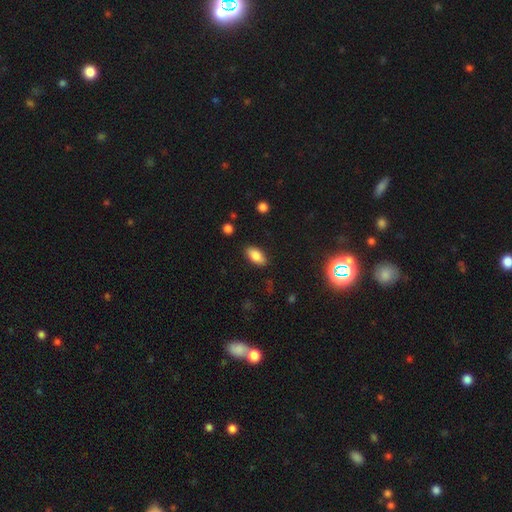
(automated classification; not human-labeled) Smooth or featured? smooth (83%)
How rounded? in between (91%)
Merging? none (86%)